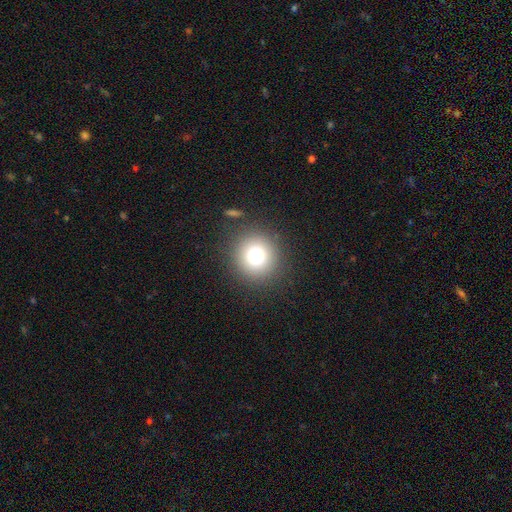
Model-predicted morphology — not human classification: A smooth galaxy with no disk features (75%) that is round (93%). Merging: none (87%).